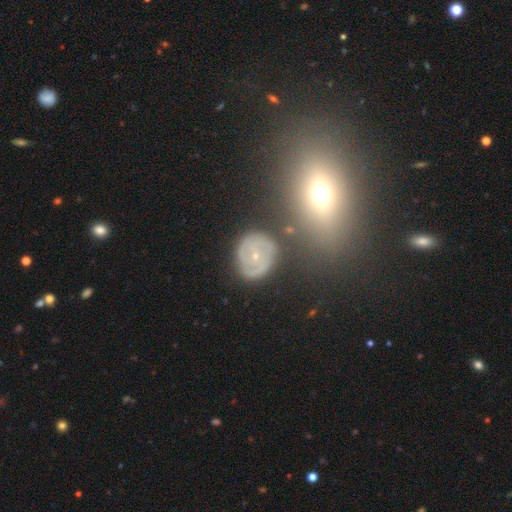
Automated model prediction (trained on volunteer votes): featured or disk 64%, smooth 28%, star or artifact 9%. Down the decision tree: edge-on disk — no (97%); bar — no (76%); spiral arms — yes (64%); bulge size — small (72%); merging — none (67%).